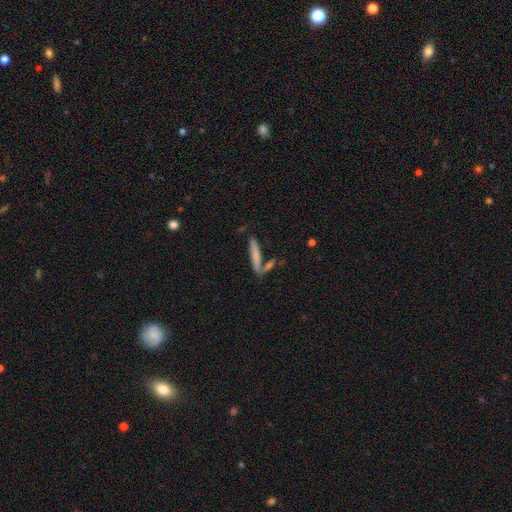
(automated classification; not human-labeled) Smooth or featured? smooth (68%)
How rounded? cigar-shaped (89%)
Merging? none (64%)